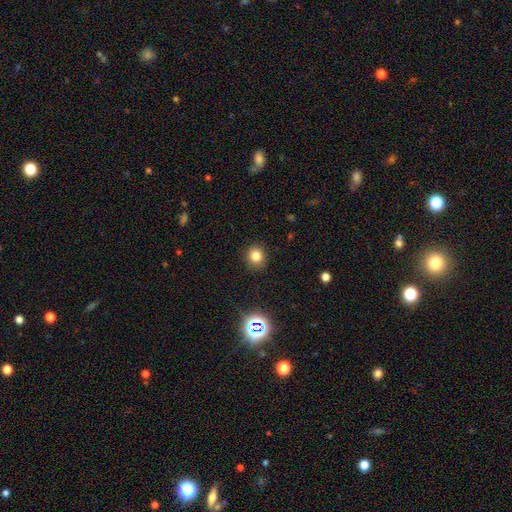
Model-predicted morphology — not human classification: This appears to be a smooth galaxy with no disk features (79%) that is round (86%). Merging: none (89%).